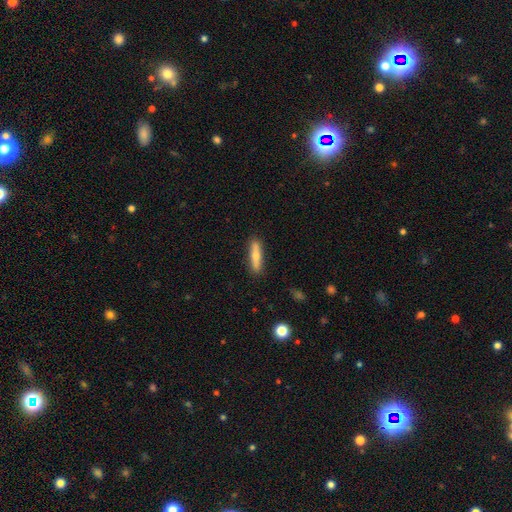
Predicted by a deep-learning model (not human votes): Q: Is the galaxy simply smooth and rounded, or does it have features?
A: smooth — 60%.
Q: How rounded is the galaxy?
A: cigar-shaped — 79%.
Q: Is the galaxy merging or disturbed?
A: none — 87%.